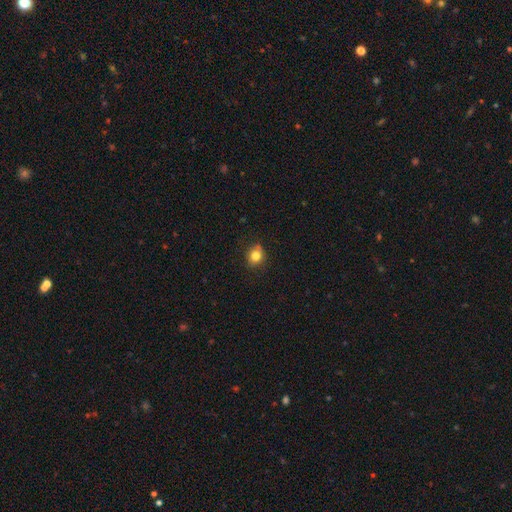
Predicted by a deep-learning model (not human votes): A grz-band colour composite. It shows a smooth galaxy with no disk features (81%) that is round (69%). Merging: none (80%).